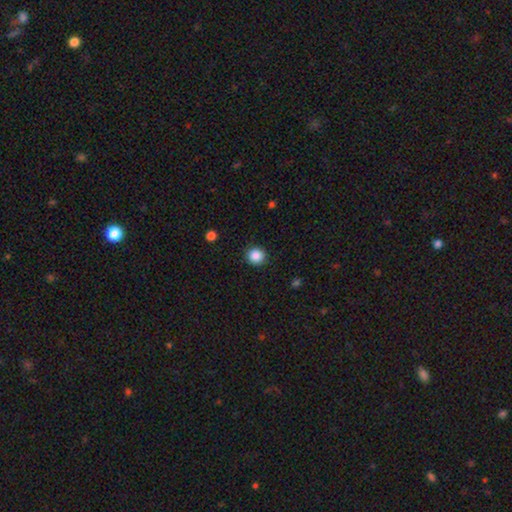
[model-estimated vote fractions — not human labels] The model was most divided on "smooth or featured": smooth: 87%, star or artifact: 10%, featured or disk: 3%. More confident: how rounded — round (93%); merging — none (92%).